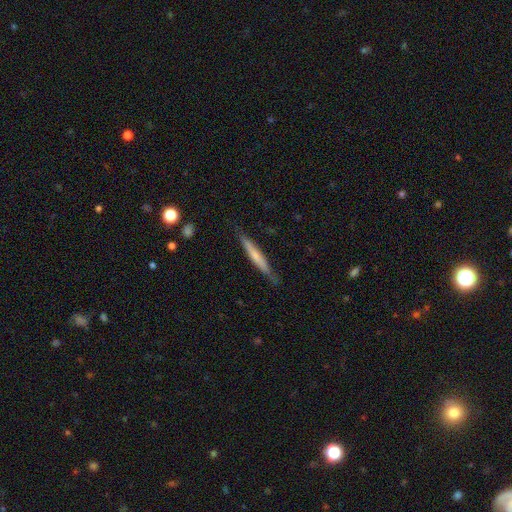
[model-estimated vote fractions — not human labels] Q: Smooth or featured?
A: smooth (54%); runner-up: featured or disk (40%)
Q: How rounded?
A: cigar-shaped (95%); runner-up: in between (4%)
Q: Merging?
A: none (82%); runner-up: minor disturbance (14%)